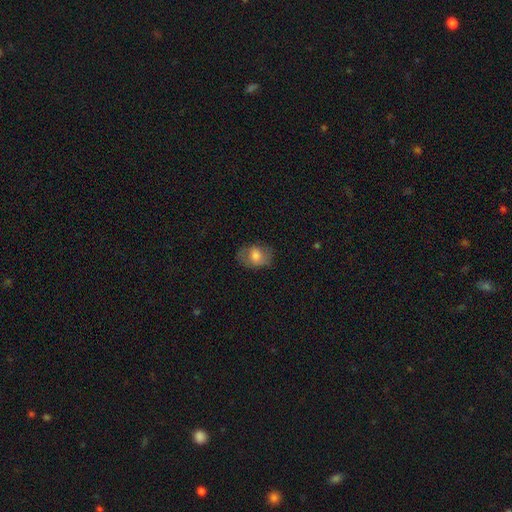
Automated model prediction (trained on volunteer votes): This appears to be a smooth galaxy with no disk features (65%) that is in between round and cigar-shaped (71%). Merging: none (69%).